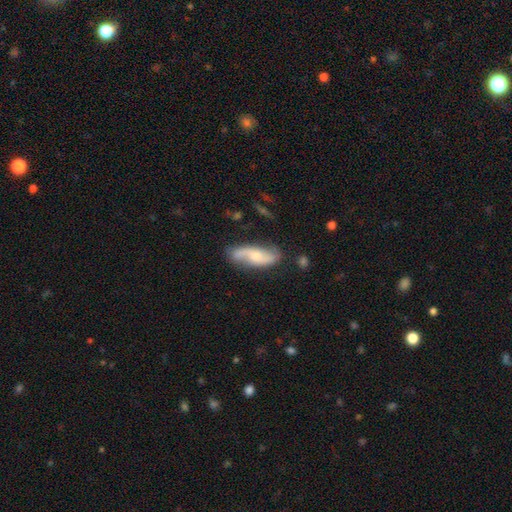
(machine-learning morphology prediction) Smooth or featured? Predicted: featured or disk (p=0.60). Edge-on disk? Predicted: no (p=0.76). Merging? Predicted: none (p=0.75).